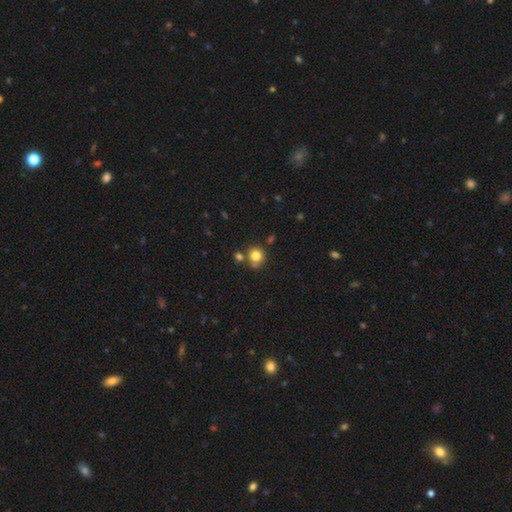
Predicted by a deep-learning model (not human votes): The model was most divided on "merging": none: 67%, merger: 16%, minor disturbance: 13%, major disturbance: 4%. More confident: how rounded — round (86%); smooth or featured — smooth (80%).